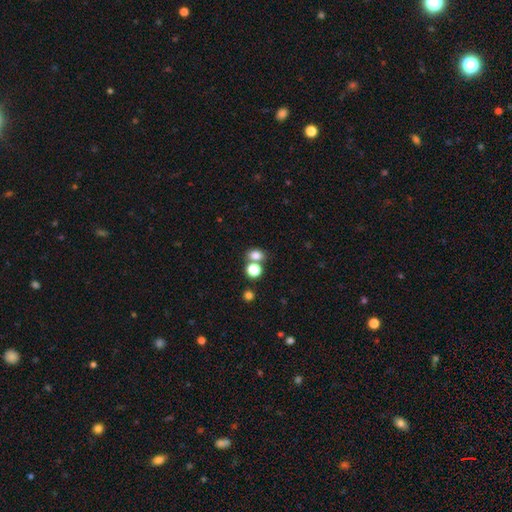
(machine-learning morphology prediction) Smooth or featured? smooth (78%)
How rounded? in between (58%)
Merging? none (54%)